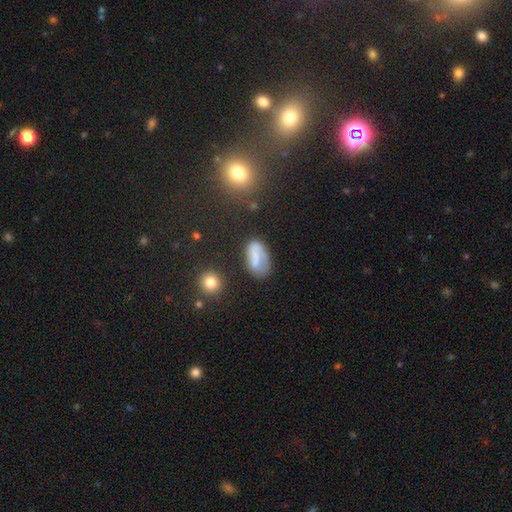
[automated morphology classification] Smooth or featured: smooth — 55% (featured or disk — 33%)
How rounded: in between — 88% (round — 6%)
Merging: none — 51% (minor disturbance — 26%)